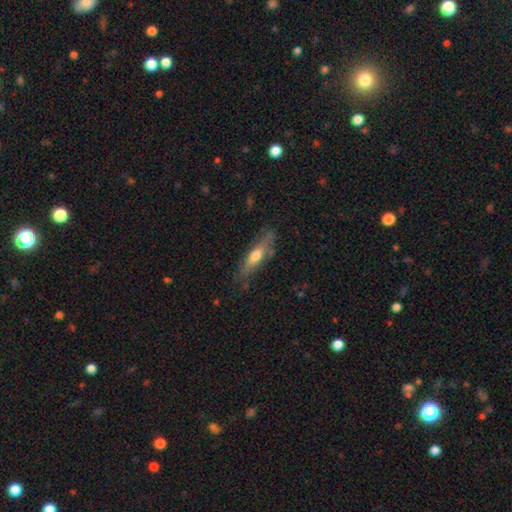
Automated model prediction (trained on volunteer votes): Overall: smooth (51%; featured or disk 43%). How rounded: cigar-shaped (70%). Merging: none (75%).